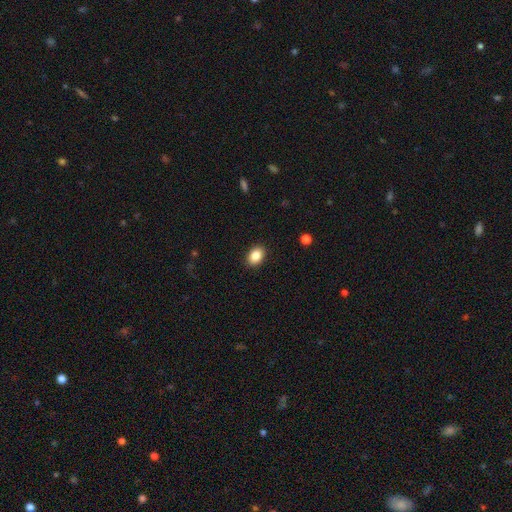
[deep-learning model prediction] Smooth or featured? smooth (86%)
How rounded? in between (77%)
Merging? none (89%)